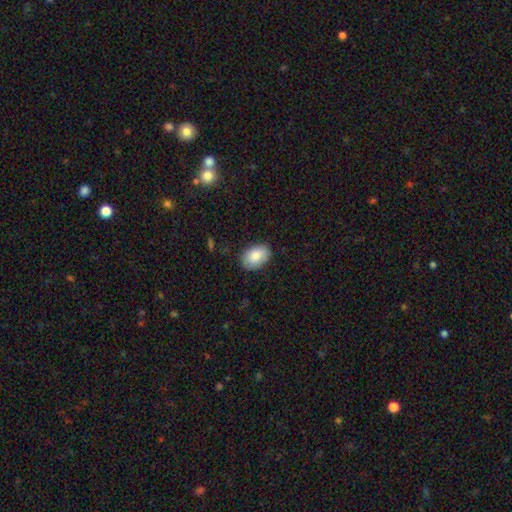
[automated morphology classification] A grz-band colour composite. It shows a smooth galaxy with no disk features (85%) that is in between round and cigar-shaped (88%). Merging: none (85%).